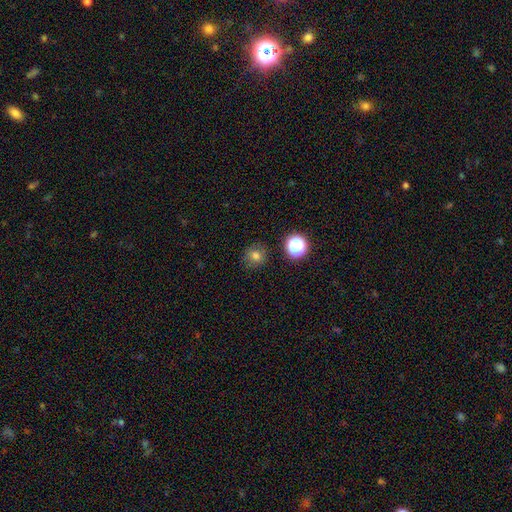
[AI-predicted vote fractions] Smooth or featured?
  - smooth: 76% *
  - star or artifact: 16%
  - featured or disk: 7%
How rounded?
  - round: 89% *
  - in between: 10%
  - cigar-shaped: 1%
Merging?
  - none: 86% *
  - minor disturbance: 10%
  - major disturbance: 3%
  - merger: 2%